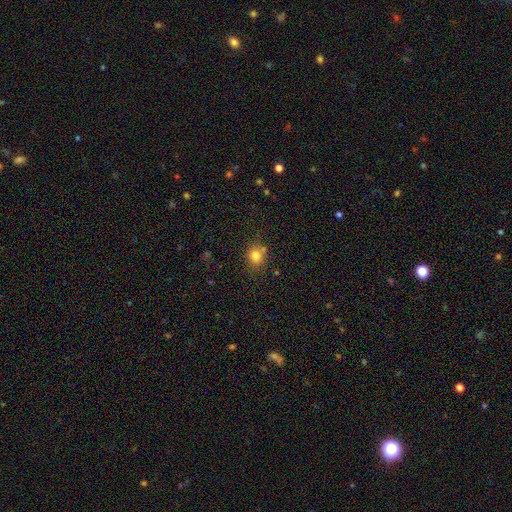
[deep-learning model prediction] Smooth or featured?
  - smooth: 79% *
  - star or artifact: 13%
  - featured or disk: 8%
How rounded?
  - round: 65% *
  - in between: 34%
  - cigar-shaped: 1%
Merging?
  - none: 67% *
  - minor disturbance: 16%
  - merger: 12%
  - major disturbance: 5%